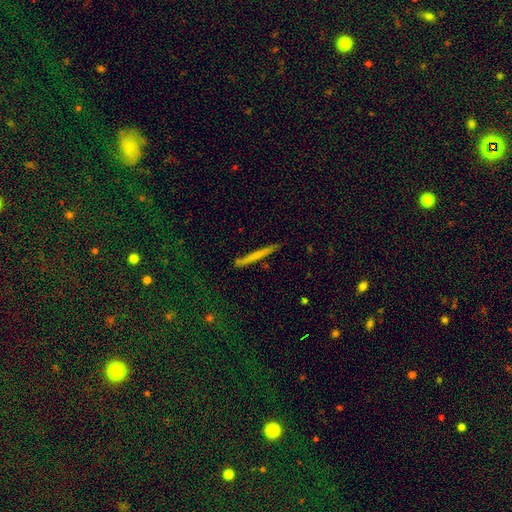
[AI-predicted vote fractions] smooth_or_featured: smooth (p=0.57) [alt: featured or disk p=0.36]
how_rounded: cigar-shaped (p=0.96) [alt: in between p=0.02]
merging: none (p=0.87) [alt: minor disturbance p=0.10]